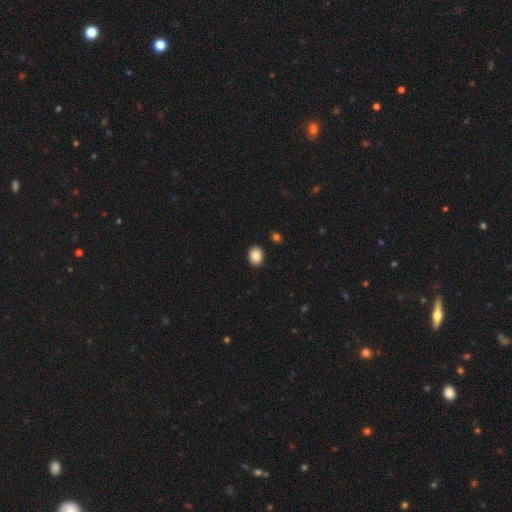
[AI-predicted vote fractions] Smooth or featured? Predicted: smooth (p=0.88). How rounded? Predicted: in between (p=0.59). Merging? Predicted: none (p=0.90).